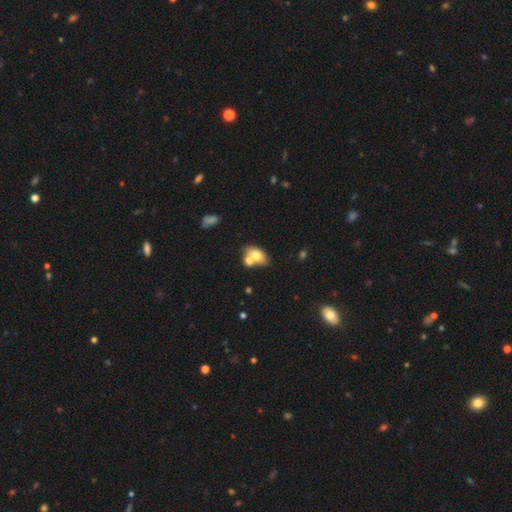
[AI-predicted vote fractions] The model was most divided on "merging": merger: 55%, none: 30%, minor disturbance: 10%, major disturbance: 4%. More confident: how rounded — in between (77%); smooth or featured — smooth (68%).